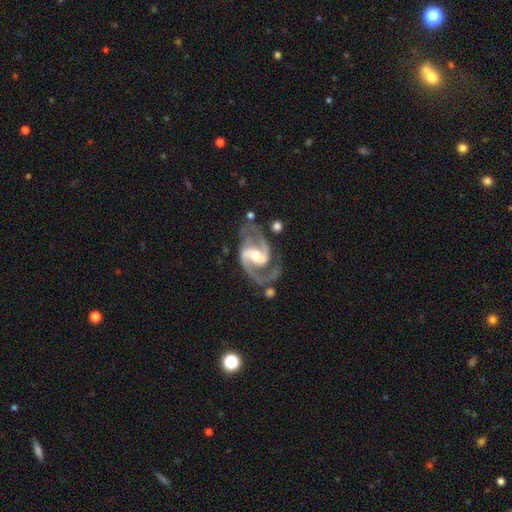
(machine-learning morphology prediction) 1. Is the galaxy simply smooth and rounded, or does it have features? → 93% featured or disk, 4% star or artifact, 3% smooth.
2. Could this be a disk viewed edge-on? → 98% no, 2% yes.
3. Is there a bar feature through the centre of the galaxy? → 42% weak, 39% strong, 19% no.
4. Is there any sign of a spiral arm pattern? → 98% yes, 2% no.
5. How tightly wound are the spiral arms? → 64% medium, 21% tight, 15% loose.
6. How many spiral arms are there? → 91% 2, 3% 3, 2% can't tell, 1% 1, 1% 4, 1% more than 4.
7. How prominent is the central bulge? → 66% moderate, 25% small, 7% large, 1% none, 1% dominant.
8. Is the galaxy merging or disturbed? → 70% none, 17% minor disturbance, 9% major disturbance, 4% merger.